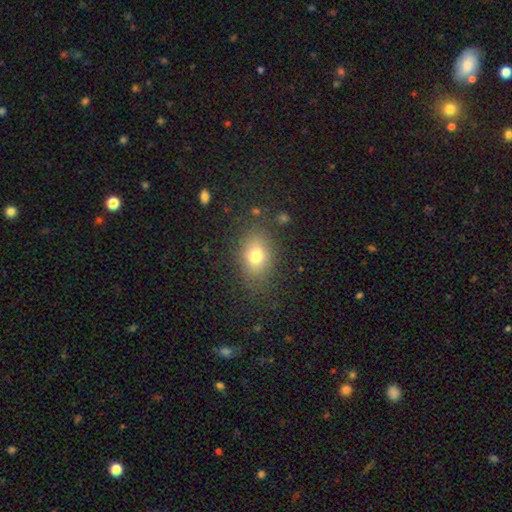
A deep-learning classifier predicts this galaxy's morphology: This appears to be a smooth galaxy with no disk features (74%) that is in between round and cigar-shaped (70%). Merging: none (78%).